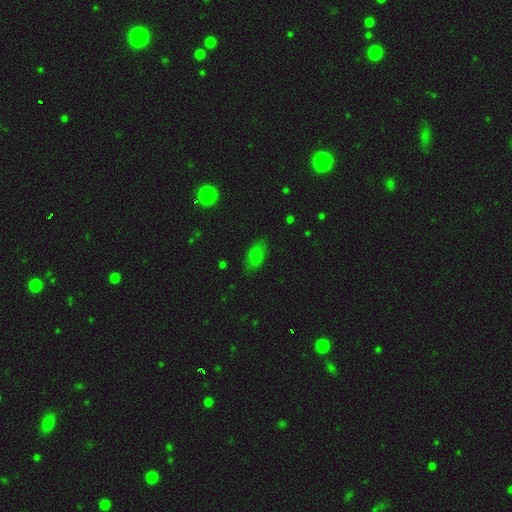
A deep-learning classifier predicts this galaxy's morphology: A smooth galaxy with no disk features (73%) that is in between round and cigar-shaped (88%). Merging: none (78%).